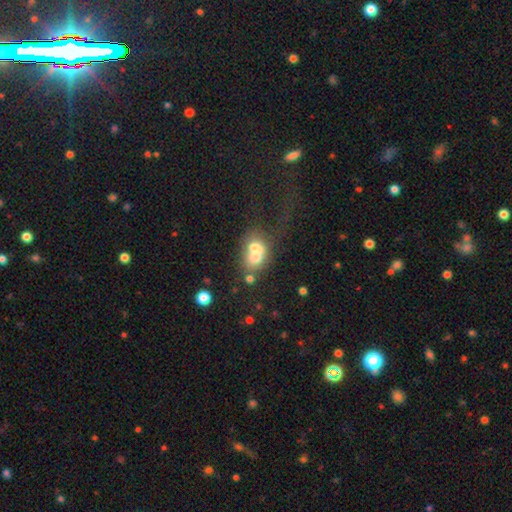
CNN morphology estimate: Smooth or featured: smooth — 58% (featured or disk — 30%)
How rounded: round — 54% (in between — 45%)
Merging: merger — 66% (none — 19%)